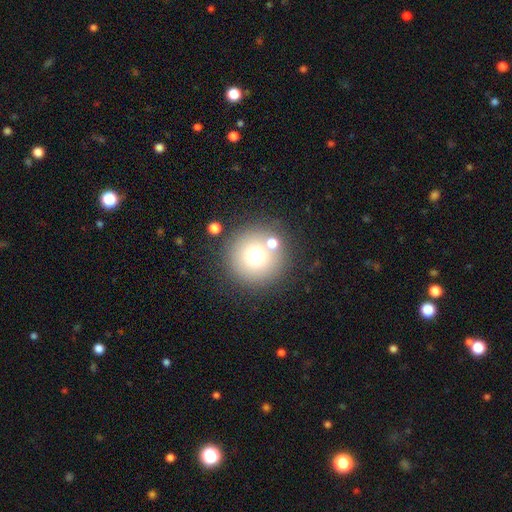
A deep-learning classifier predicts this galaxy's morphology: type=smooth (73%); roundness=round (95%); merging=none (76%).